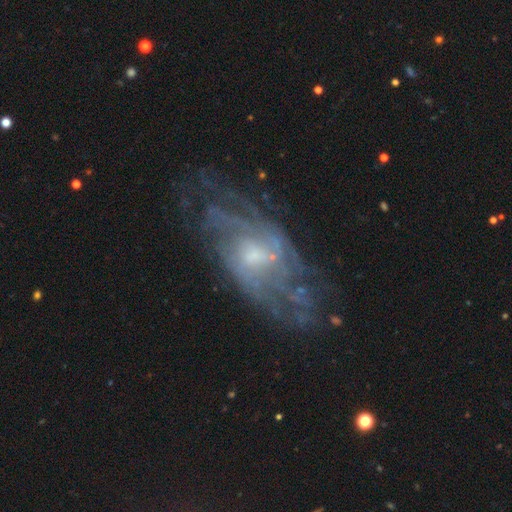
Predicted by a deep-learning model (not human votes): Smooth or featured? Predicted: featured or disk (p=0.81). Edge-on disk? Predicted: no (p=0.92). Bar? Predicted: no (p=0.56). Spiral arms? Predicted: yes (p=0.85). Spiral winding? Predicted: tight (p=0.45). Spiral arm count? Predicted: can't tell (p=0.54). Bulge size? Predicted: small (p=0.54). Merging? Predicted: none (p=0.66).